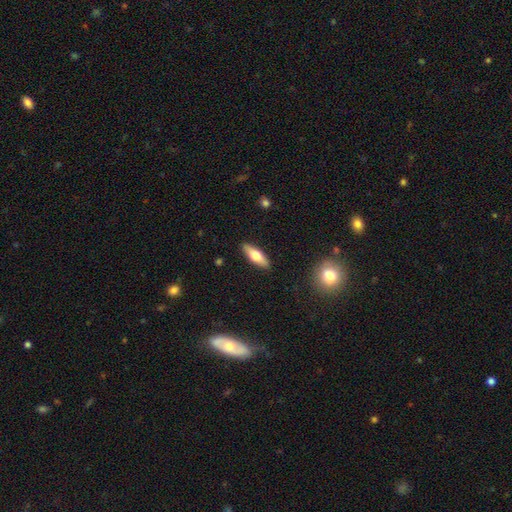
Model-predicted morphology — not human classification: smooth 60%, featured or disk 34%, star or artifact 6%. Down the decision tree: how rounded — in between (54%); merging — none (89%).